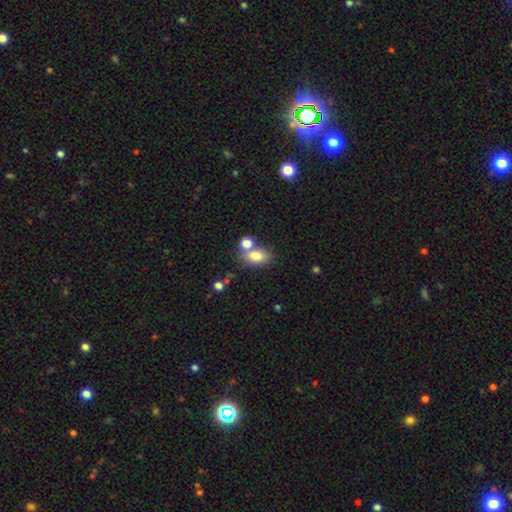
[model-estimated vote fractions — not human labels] Smooth or featured?
  - smooth: 79% *
  - featured or disk: 11%
  - star or artifact: 10%
How rounded?
  - in between: 82% *
  - round: 16%
  - cigar-shaped: 2%
Merging?
  - none: 54% *
  - merger: 28%
  - minor disturbance: 13%
  - major disturbance: 5%